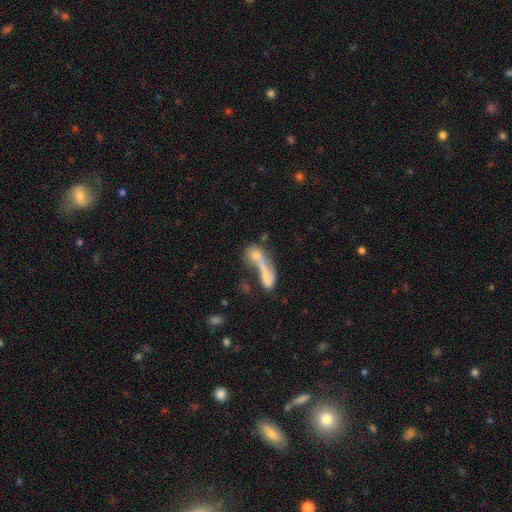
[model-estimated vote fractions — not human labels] The model was most divided on "how rounded": in between: 46%, cigar-shaped: 36%, round: 18%. More confident: smooth or featured — smooth (59%); merging — merger (54%).